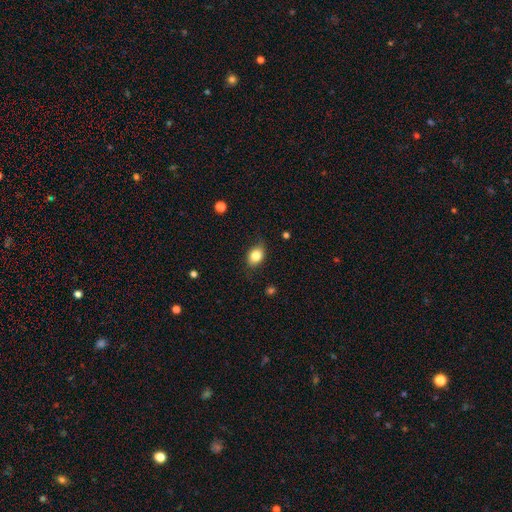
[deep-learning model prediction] This appears to be a smooth galaxy with no disk features (82%) that is in between round and cigar-shaped (71%). Merging: none (76%).